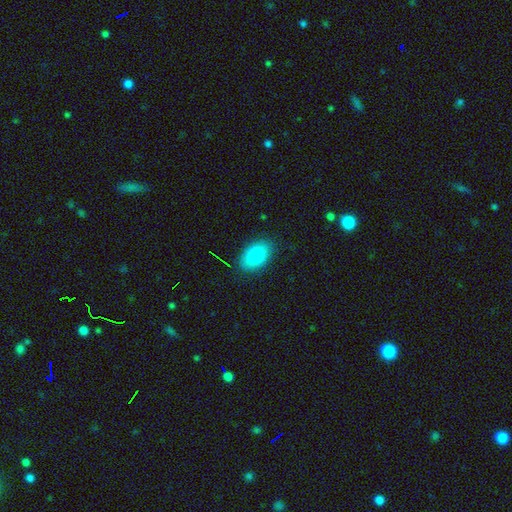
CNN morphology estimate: type=smooth (84%); roundness=in between (91%); merging=none (85%).